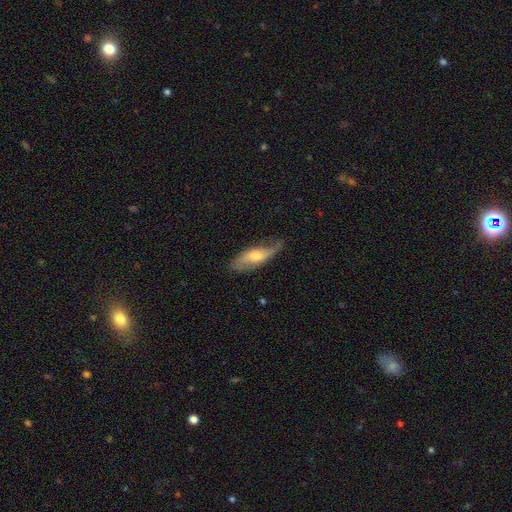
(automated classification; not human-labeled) smooth_or_featured: featured or disk (p=0.60) [alt: smooth p=0.34]
disk_edge_on: no (p=0.77) [alt: yes p=0.23]
merging: none (p=0.63) [alt: minor disturbance p=0.26]